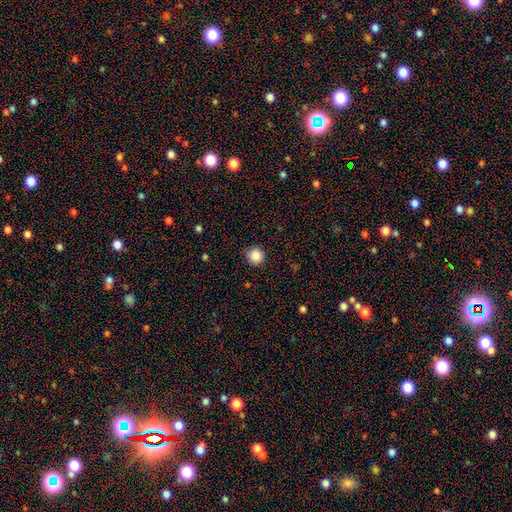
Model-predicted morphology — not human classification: This is clearly a smooth galaxy (87%). How rounded: clearly round (95%). Merging: clearly none (90%).